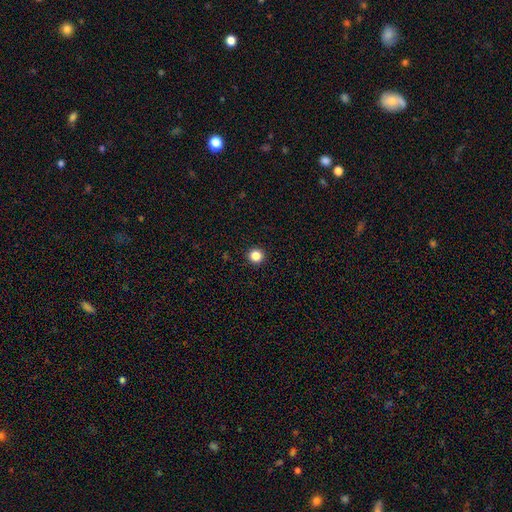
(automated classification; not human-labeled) Smooth or featured? smooth (86%)
How rounded? round (96%)
Merging? none (94%)